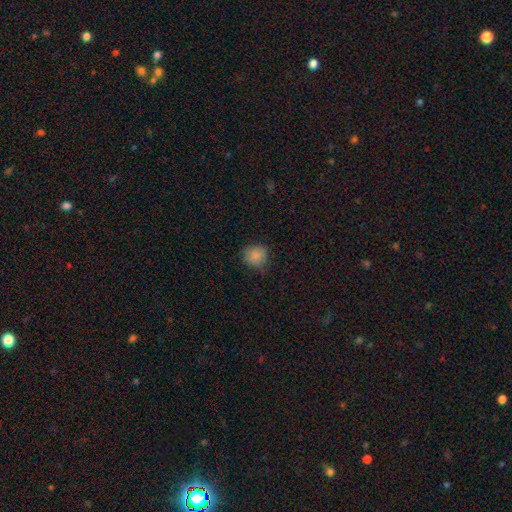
This is clearly a smooth galaxy (85%). How rounded: clearly round (85%). Merging: likely none (72%).